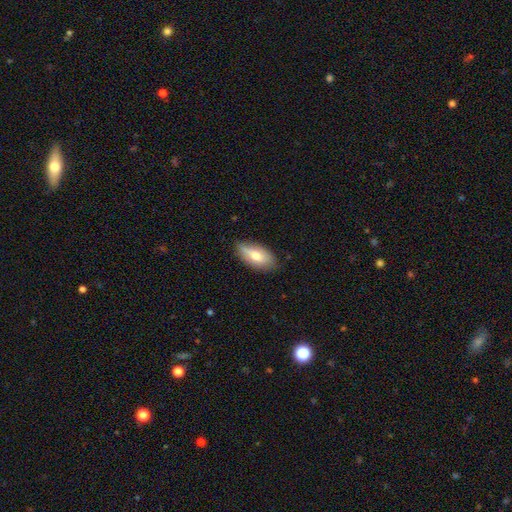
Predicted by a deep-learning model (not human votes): smooth-or-featured: smooth: 66% | featured or disk: 28% | star or artifact: 7%
  how-rounded: in between: 87% | cigar-shaped: 10% | round: 3%
  merging: none: 75% | minor disturbance: 20% | major disturbance: 3% | merger: 1%